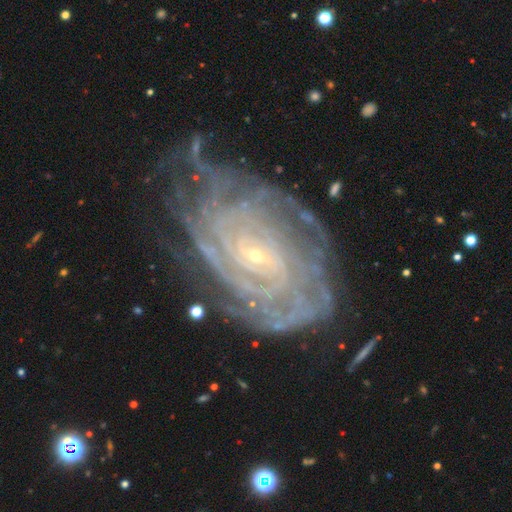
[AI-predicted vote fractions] A featured or disk galaxy (88%) with no bar (62%), tight (82%) spiral arms (97%) and a small central bulge (87%).

Vote fractions:
- Smooth or featured? featured or disk: 88% / star or artifact: 6% / smooth: 5%
- Edge-on disk? no: 96% / yes: 4%
- Bar? no: 62% / weak: 27% / strong: 11%
- Spiral arms? yes: 97% / no: 3%
- Spiral winding? tight: 82% / medium: 15% / loose: 3%
- Spiral arm count? can't tell: 31% / more than 4: 21% / 4: 19% / 3: 11% / 2: 11% / 1: 7%
- Bulge size? small: 87% / moderate: 9% / none: 2% / large: 1% / dominant: 1%
- Merging? none: 65% / minor disturbance: 23% / major disturbance: 10% / merger: 2%